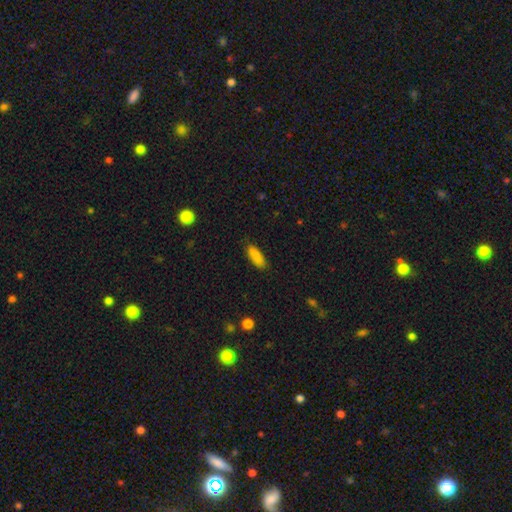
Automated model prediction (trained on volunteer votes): The model was most divided on "how rounded": in between: 75%, cigar-shaped: 24%, round: 2%. More confident: smooth or featured — smooth (87%); merging — none (84%).